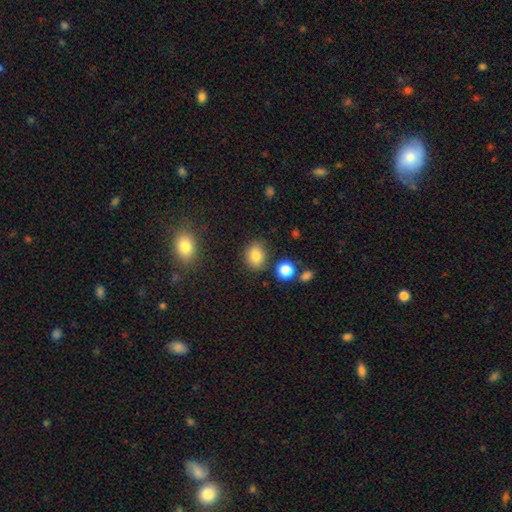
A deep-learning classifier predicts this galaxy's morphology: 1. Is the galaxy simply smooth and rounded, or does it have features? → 82% smooth, 11% star or artifact, 7% featured or disk.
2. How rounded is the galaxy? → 52% in between, 46% round, 1% cigar-shaped.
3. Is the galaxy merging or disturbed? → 82% none, 10% minor disturbance, 4% merger, 3% major disturbance.